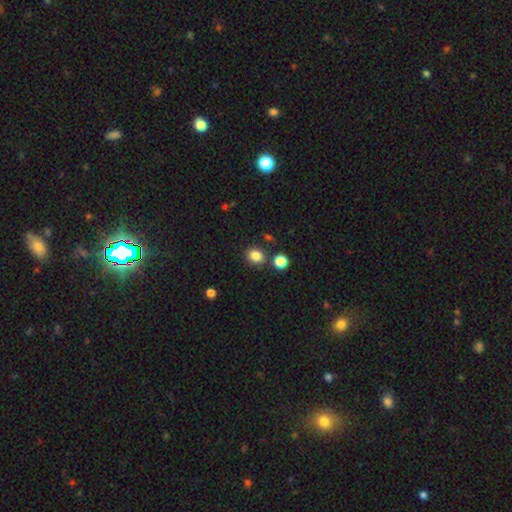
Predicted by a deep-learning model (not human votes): Overall: smooth (84%). How rounded: round (57%; in between 42%). Merging: none (81%).